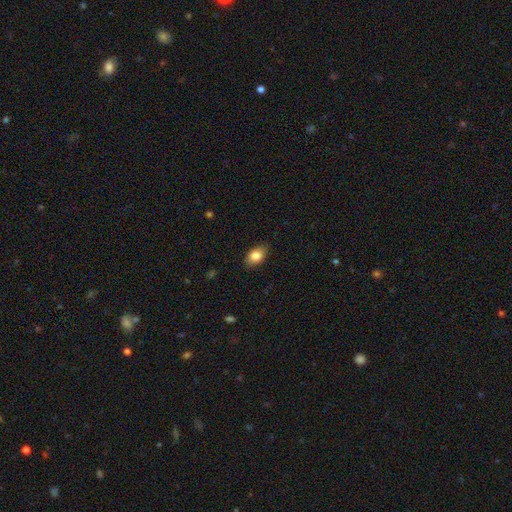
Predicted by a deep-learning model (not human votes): Smooth or featured: smooth — 84% (featured or disk — 9%)
How rounded: in between — 86% (round — 12%)
Merging: none — 84% (minor disturbance — 12%)